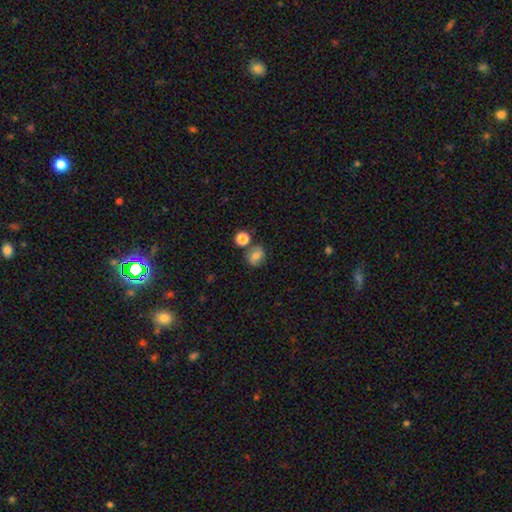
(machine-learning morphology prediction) smooth_or_featured: smooth (p=0.70) [alt: featured or disk p=0.18]
how_rounded: round (p=0.67) [alt: in between p=0.32]
merging: none (p=0.70) [alt: minor disturbance p=0.14]